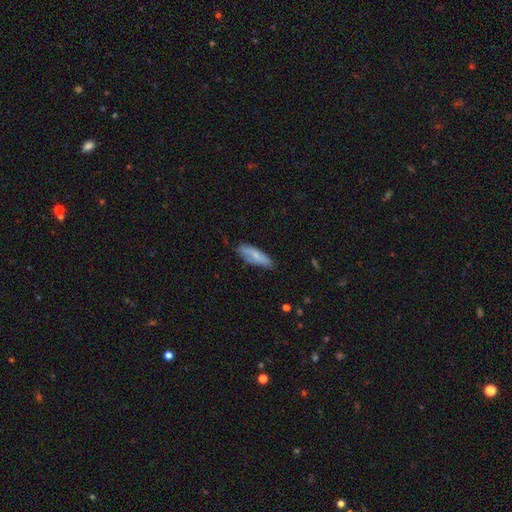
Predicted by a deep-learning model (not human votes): A smooth galaxy with no disk features (70%) that is in between round and cigar-shaped (51%). Merging: none (69%).